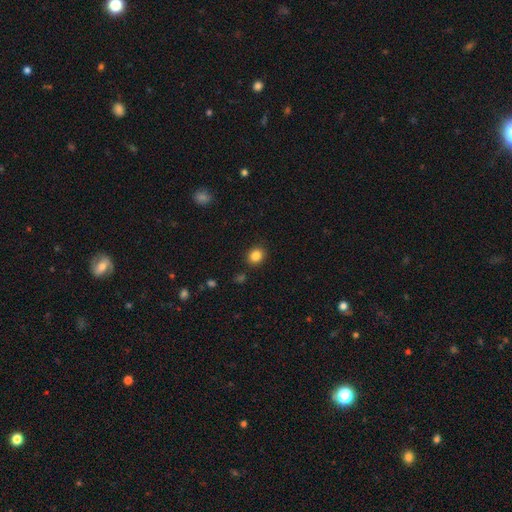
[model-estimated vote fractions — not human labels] This appears to be a smooth galaxy with no disk features (85%) that is round (70%). Merging: none (88%).